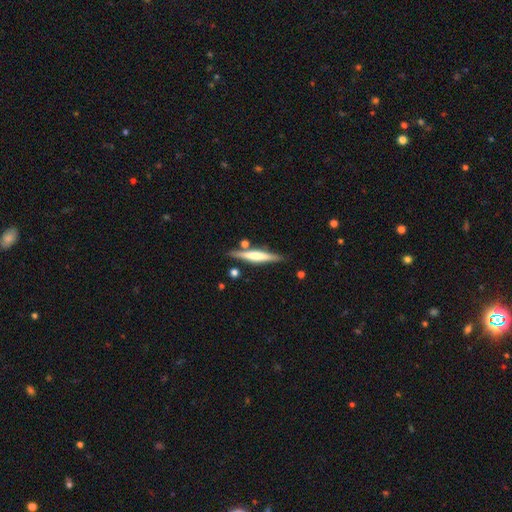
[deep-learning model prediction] This is possibly a featured or disk galaxy (58%). It is clearly viewed edge-on (96%). Edge-on bulge: marginally rounded (44%). Merging: clearly none (82%).